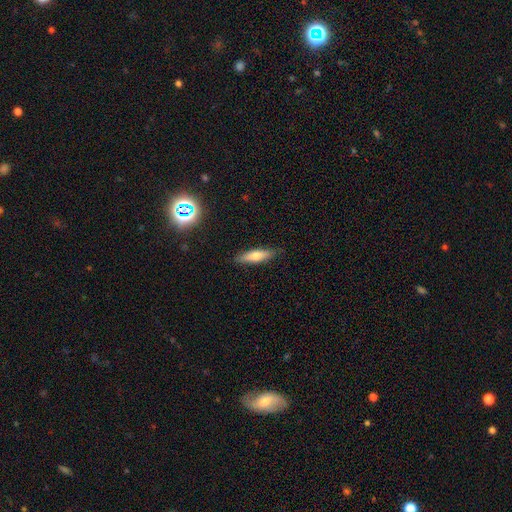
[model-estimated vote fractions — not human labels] smooth-or-featured: smooth: 61% | featured or disk: 32% | star or artifact: 7%
  how-rounded: cigar-shaped: 70% | in between: 28% | round: 2%
  merging: none: 87% | minor disturbance: 10% | major disturbance: 2% | merger: 1%